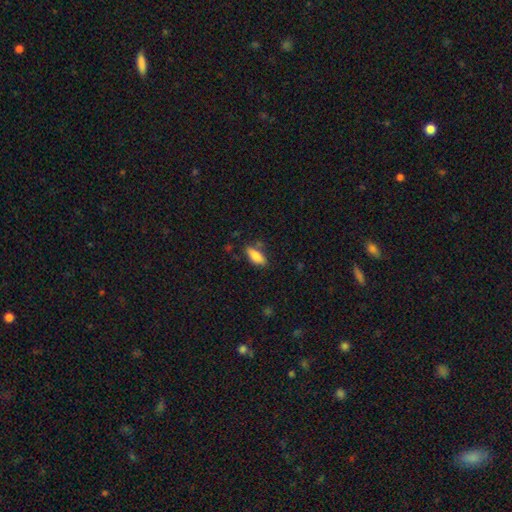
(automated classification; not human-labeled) This is clearly a smooth galaxy (81%). How rounded: likely in between (78%). Merging: likely none (74%).